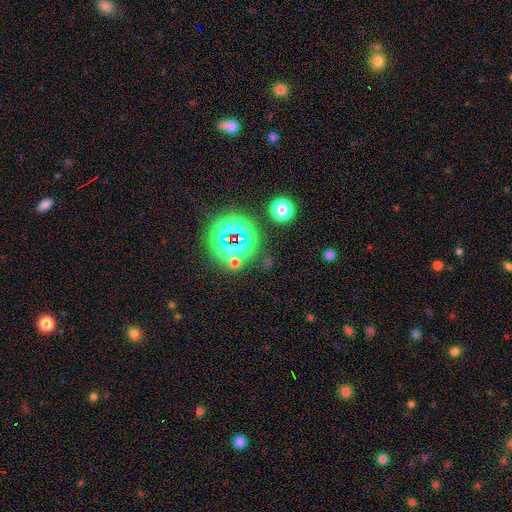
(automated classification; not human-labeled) This is likely a star or artifact rather than a galaxy (72%).